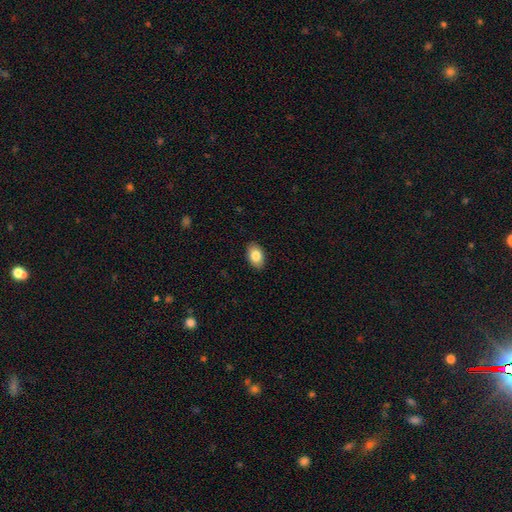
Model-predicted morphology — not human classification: smooth_or_featured: smooth (p=0.84) [alt: featured or disk p=0.09]
how_rounded: in between (p=0.90) [alt: round p=0.08]
merging: none (p=0.89) [alt: minor disturbance p=0.08]